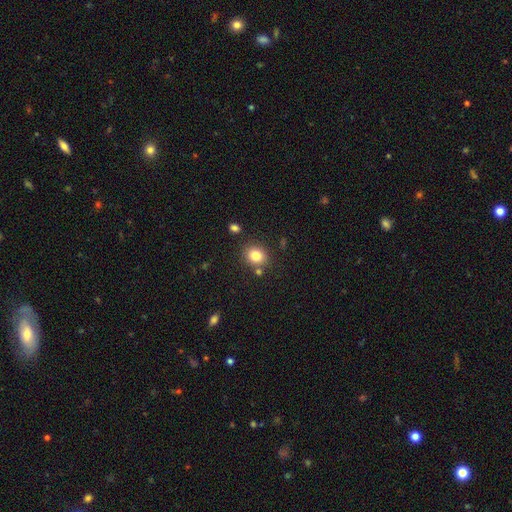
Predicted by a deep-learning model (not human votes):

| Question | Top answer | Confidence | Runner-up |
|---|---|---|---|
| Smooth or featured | smooth | 82% | star or artifact (11%) |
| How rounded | round | 66% | in between (33%) |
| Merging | none | 79% | minor disturbance (11%) |